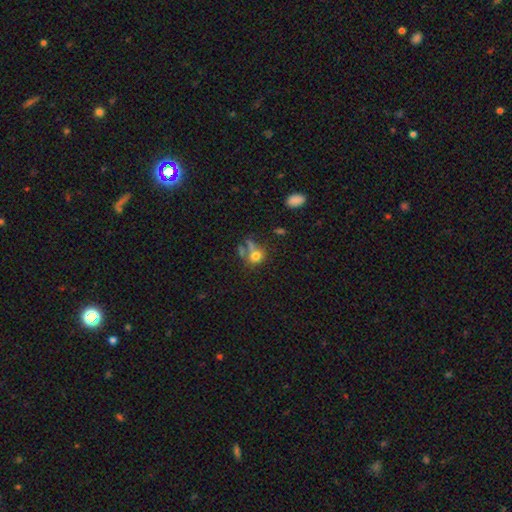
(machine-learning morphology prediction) Smooth or featured: smooth — 73% (star or artifact — 14%)
How rounded: round — 68% (in between — 30%)
Merging: none — 45% (merger — 28%)